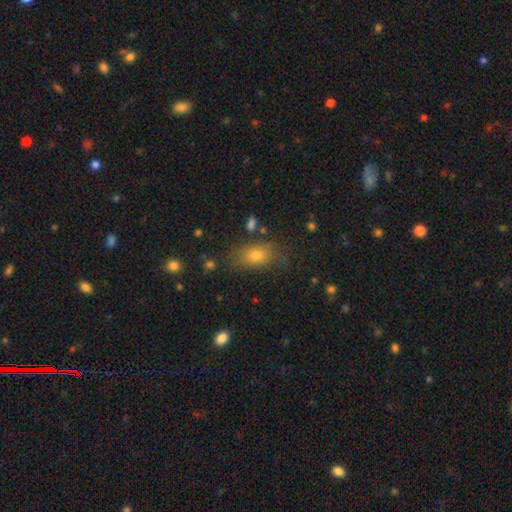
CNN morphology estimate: smooth 74%, star or artifact 14%, featured or disk 12%. Down the decision tree: how rounded — in between (79%); merging — none (75%).